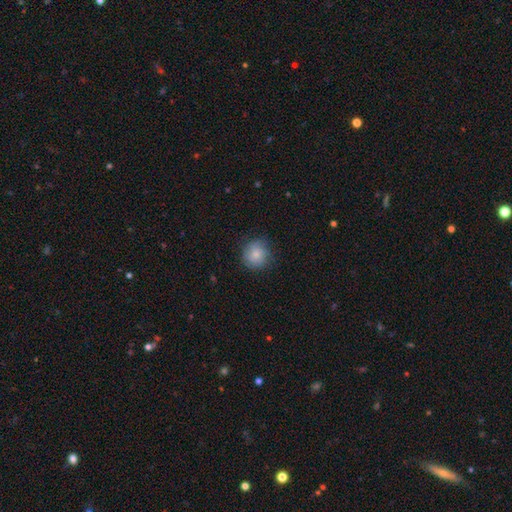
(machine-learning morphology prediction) Smooth or featured: smooth — 82% (featured or disk — 10%)
How rounded: round — 91% (in between — 8%)
Merging: none — 80% (minor disturbance — 15%)